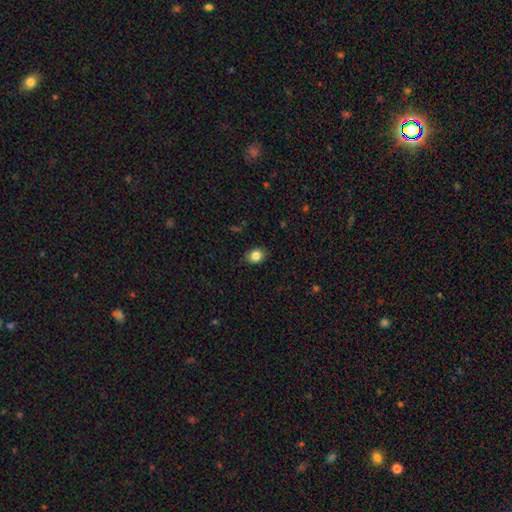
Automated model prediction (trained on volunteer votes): smooth-or-featured: smooth: 84% | star or artifact: 10% | featured or disk: 6%
  how-rounded: round: 56% | in between: 43% | cigar-shaped: 1%
  merging: none: 86% | minor disturbance: 11% | major disturbance: 2% | merger: 1%